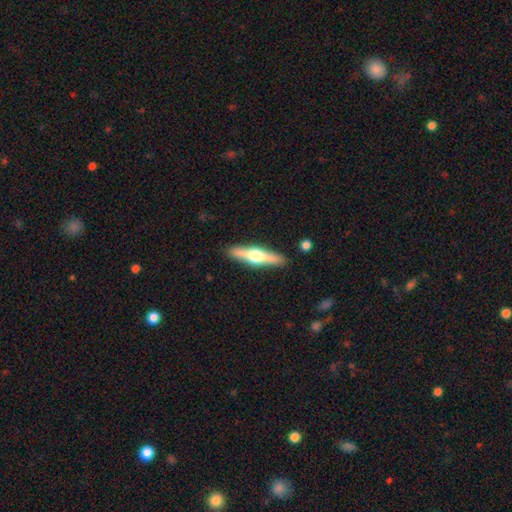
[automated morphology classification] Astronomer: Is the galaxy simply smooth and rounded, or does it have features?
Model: featured or disk — 63%.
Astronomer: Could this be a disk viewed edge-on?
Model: yes — 96%.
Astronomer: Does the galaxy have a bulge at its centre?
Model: rounded — 95%.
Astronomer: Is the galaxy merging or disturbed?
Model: none — 90%.